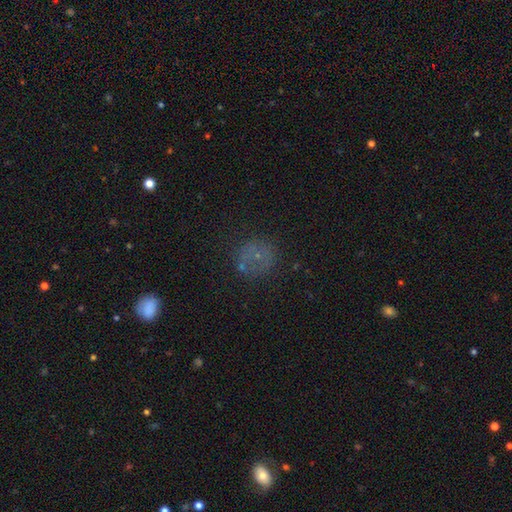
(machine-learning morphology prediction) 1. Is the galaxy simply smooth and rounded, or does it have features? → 51% smooth, 27% star or artifact, 22% featured or disk.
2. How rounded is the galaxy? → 85% round, 14% in between, 1% cigar-shaped.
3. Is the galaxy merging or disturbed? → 69% none, 16% minor disturbance, 10% major disturbance, 5% merger.